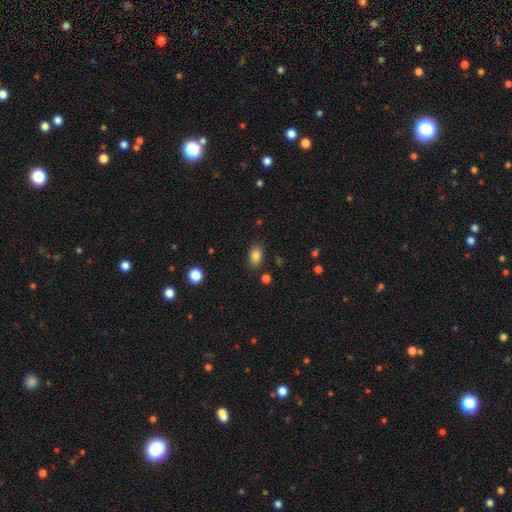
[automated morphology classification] A smooth galaxy with no disk features (84%) that is in between round and cigar-shaped (86%). Merging: none (83%).